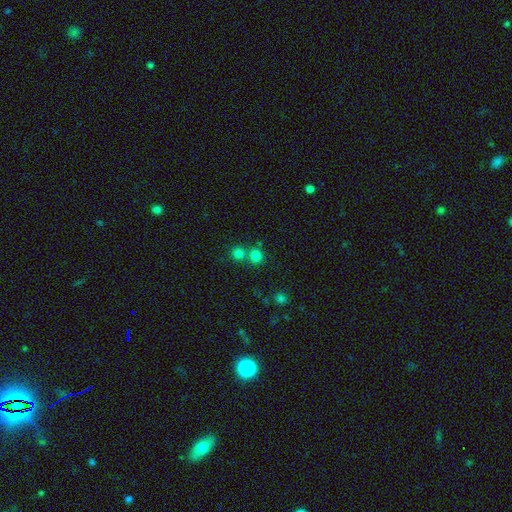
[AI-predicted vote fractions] Smooth or featured? Predicted: smooth (p=0.77). How rounded? Predicted: round (p=0.88). Merging? Predicted: none (p=0.60).